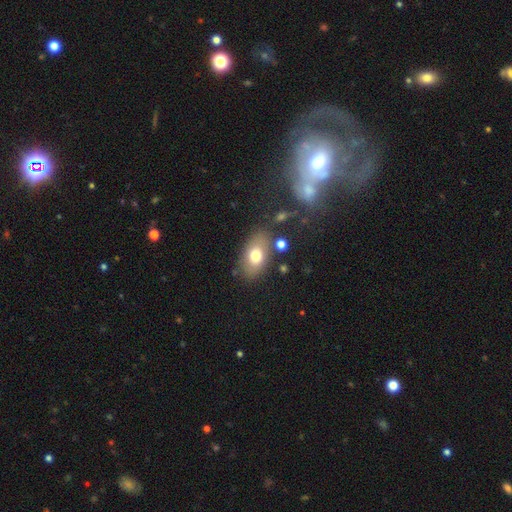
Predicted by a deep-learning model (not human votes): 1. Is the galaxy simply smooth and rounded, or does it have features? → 72% smooth, 19% featured or disk, 9% star or artifact.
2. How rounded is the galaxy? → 86% in between, 11% round, 2% cigar-shaped.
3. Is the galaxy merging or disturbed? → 75% none, 14% minor disturbance, 6% merger, 5% major disturbance.